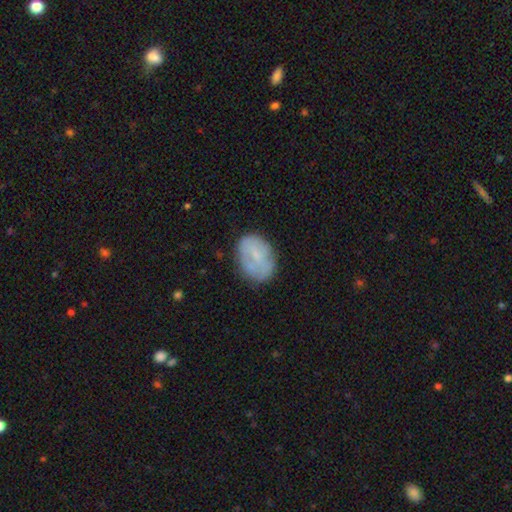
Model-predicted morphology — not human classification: This appears to be a smooth galaxy with no disk features (54%) that is in between round and cigar-shaped (78%). Merging: none (69%).